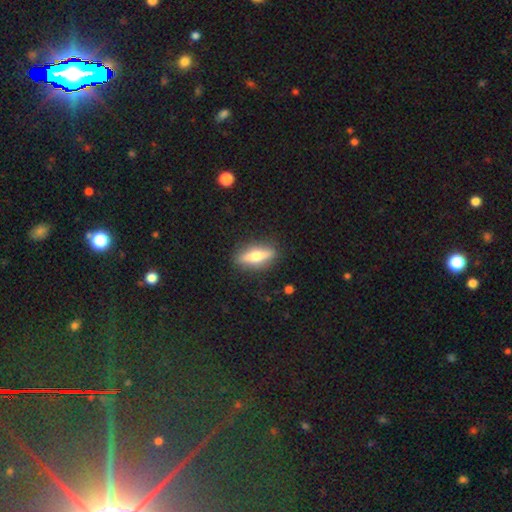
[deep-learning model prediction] A featured or disk galaxy (51%) viewed edge-on (86%). Merging: none (87%).